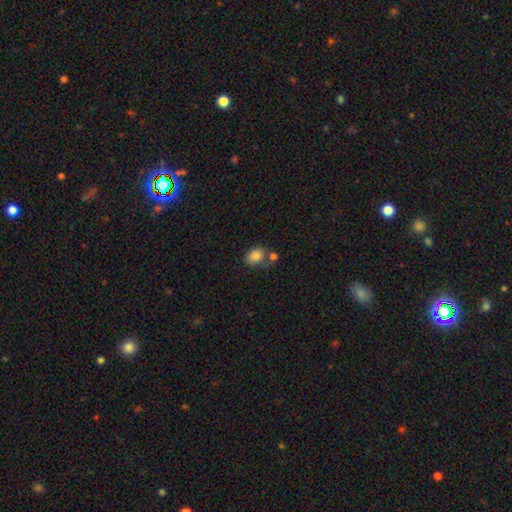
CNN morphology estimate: Smooth or featured? Predicted: smooth (p=0.85). How rounded? Predicted: in between (p=0.60). Merging? Predicted: none (p=0.53).